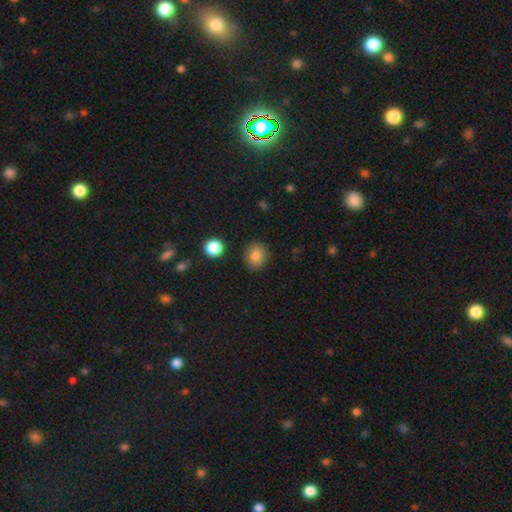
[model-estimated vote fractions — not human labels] Smooth or featured: smooth — 84% (star or artifact — 10%)
How rounded: round — 74% (in between — 25%)
Merging: none — 86% (minor disturbance — 9%)